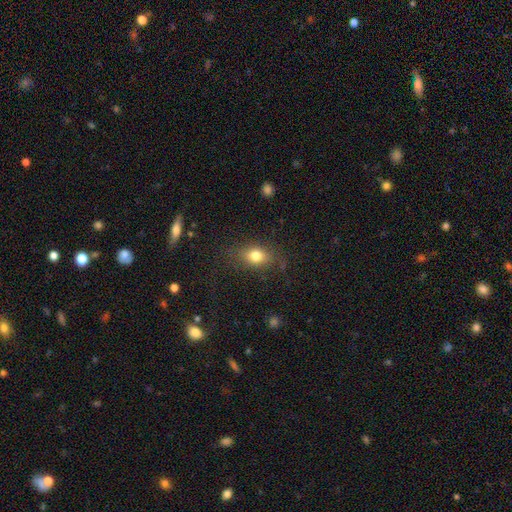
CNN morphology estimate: smooth 77%, star or artifact 11%, featured or disk 11%. Down the decision tree: how rounded — in between (67%); merging — none (78%).